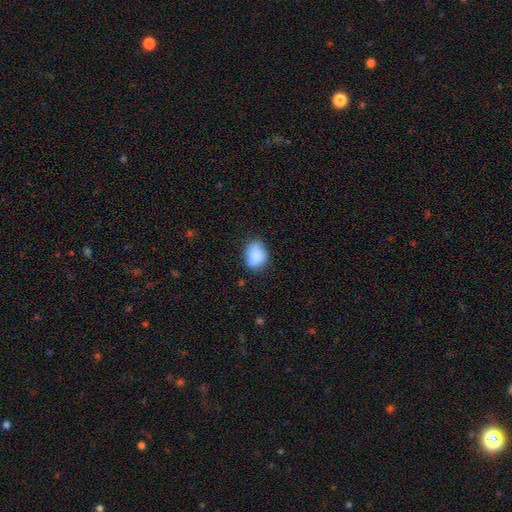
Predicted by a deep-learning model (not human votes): This is clearly a smooth galaxy (80%). How rounded: likely in between (62%). Merging: likely none (67%).